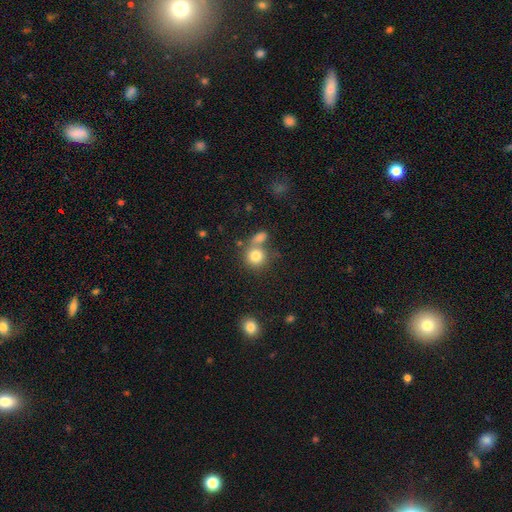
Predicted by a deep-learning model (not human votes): This appears to be a smooth galaxy with no disk features (80%) that is round (84%). Merging: none (52%).